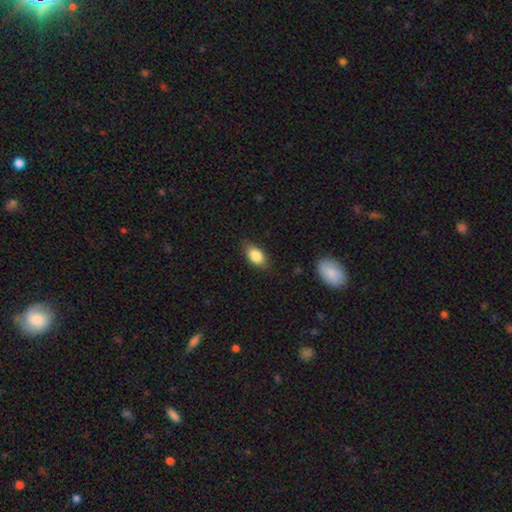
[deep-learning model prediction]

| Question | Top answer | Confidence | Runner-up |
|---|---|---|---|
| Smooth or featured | smooth | 83% | featured or disk (9%) |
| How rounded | in between | 87% | round (8%) |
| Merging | none | 80% | minor disturbance (15%) |